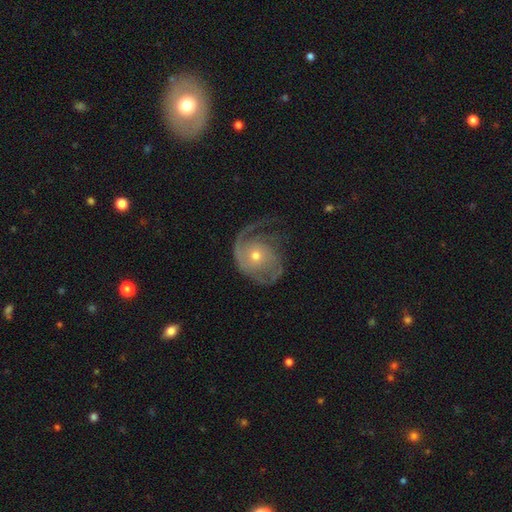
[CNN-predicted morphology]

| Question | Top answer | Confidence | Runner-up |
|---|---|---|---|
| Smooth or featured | featured or disk | 84% | smooth (11%) |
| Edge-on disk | no | 97% | yes (3%) |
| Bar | no | 78% | weak (18%) |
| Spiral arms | yes | 94% | no (6%) |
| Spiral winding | tight | 45% | medium (37%) |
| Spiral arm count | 2 | 36% | 1 (30%) |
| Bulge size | small | 48% | tied: moderate (48%) |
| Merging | none | 53% | major disturbance (24%) |